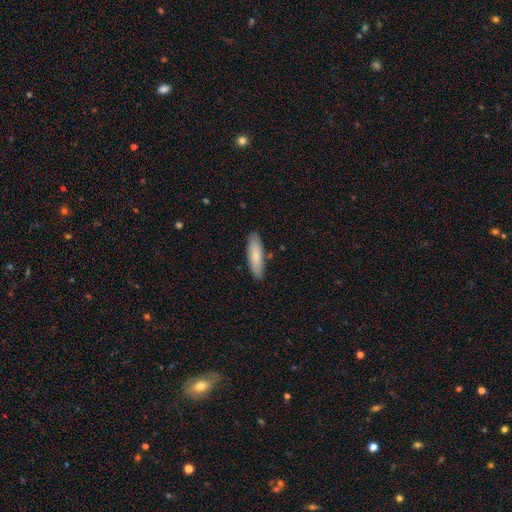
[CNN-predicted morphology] Smooth or featured? Predicted: smooth (p=0.81). How rounded? Predicted: cigar-shaped (p=0.59). Merging? Predicted: none (p=0.86).